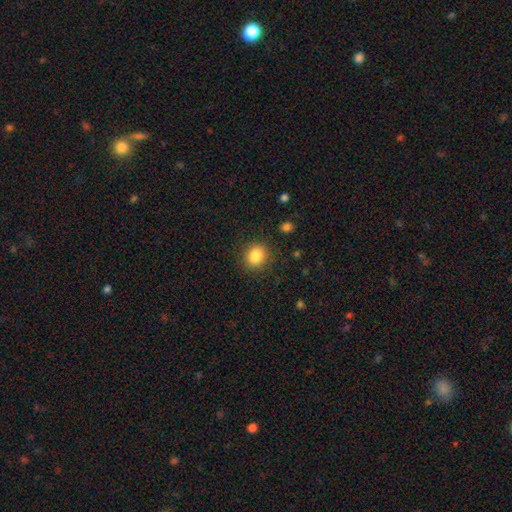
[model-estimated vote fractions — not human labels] This appears to be a smooth galaxy with no disk features (85%) that is round (68%). Merging: none (87%).